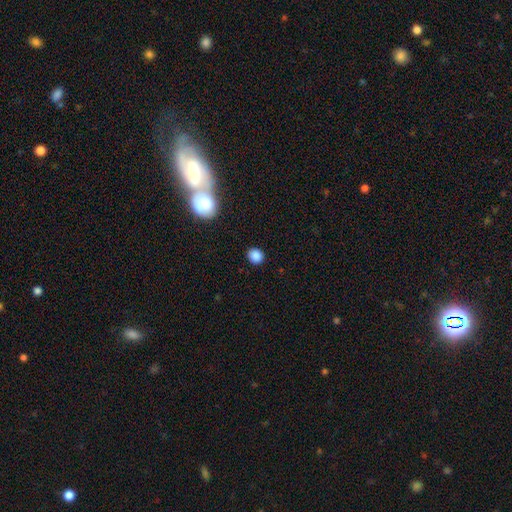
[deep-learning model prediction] The model was most divided on "how rounded": round: 78%, in between: 21%, cigar-shaped: 1%. More confident: merging — none (89%); smooth or featured — smooth (87%).